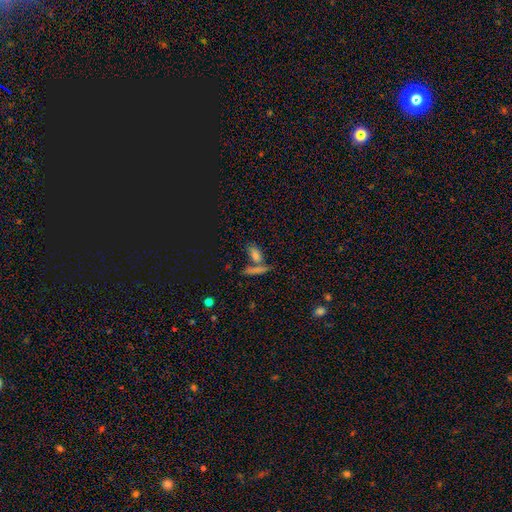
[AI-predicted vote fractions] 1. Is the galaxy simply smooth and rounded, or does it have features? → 64% smooth, 19% star or artifact, 17% featured or disk.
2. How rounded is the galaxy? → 60% in between, 31% cigar-shaped, 10% round.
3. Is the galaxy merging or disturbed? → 49% none, 36% merger, 9% minor disturbance, 5% major disturbance.